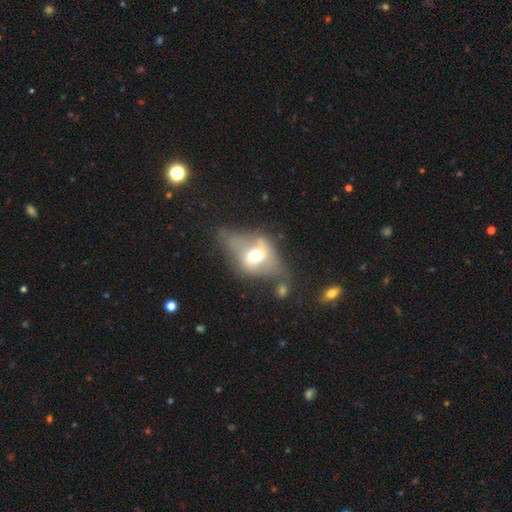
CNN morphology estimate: A featured or disk galaxy (52%). Merging: major disturbance (36%).